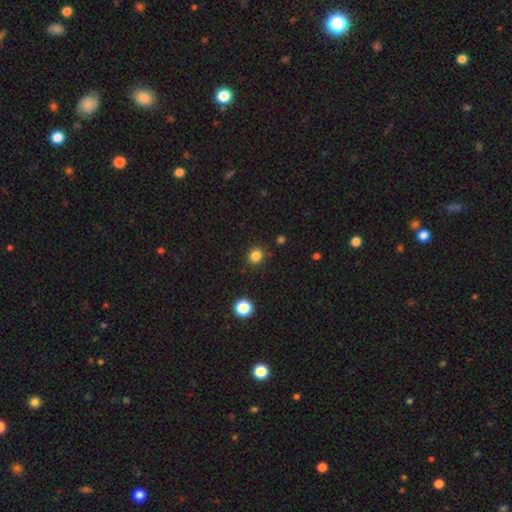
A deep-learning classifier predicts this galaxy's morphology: Q: Smooth or featured?
A: smooth (83%); runner-up: star or artifact (13%)
Q: How rounded?
A: round (90%); runner-up: in between (9%)
Q: Merging?
A: none (90%); runner-up: minor disturbance (6%)